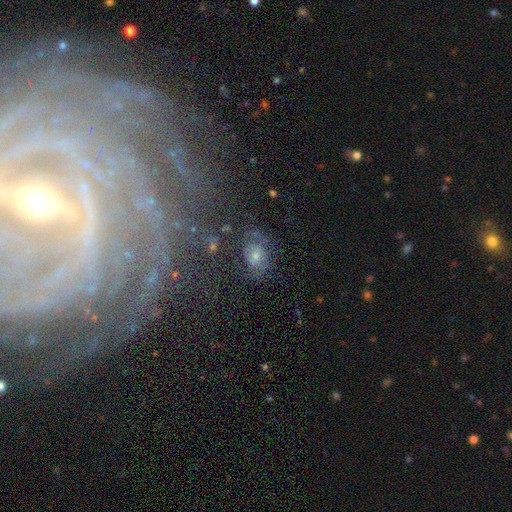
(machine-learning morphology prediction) smooth_or_featured: featured or disk (p=0.48) [alt: smooth p=0.36]
merging: none (p=0.53) [alt: minor disturbance p=0.23]